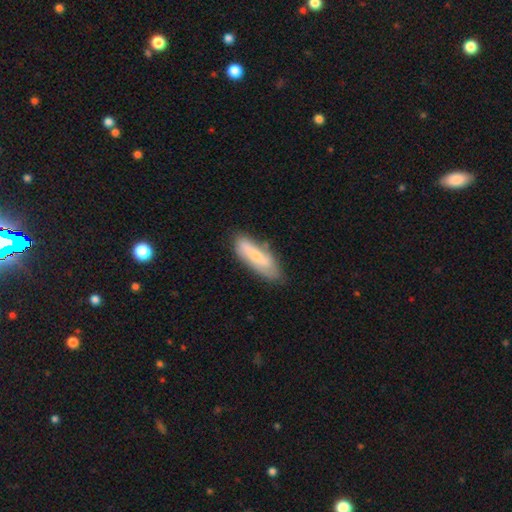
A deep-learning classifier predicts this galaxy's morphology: Smooth or featured? Predicted: smooth (p=0.60). How rounded? Predicted: in between (p=0.50). Merging? Predicted: none (p=0.68).